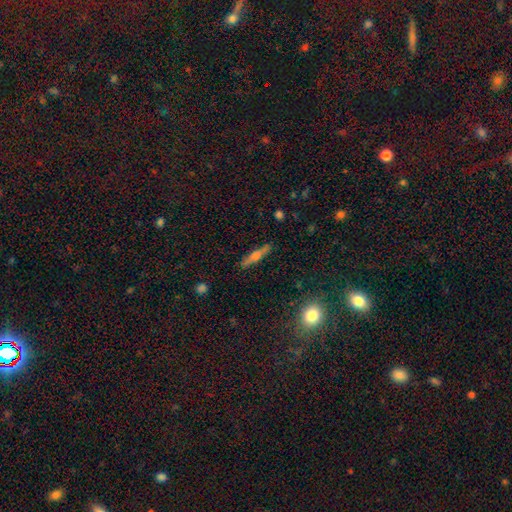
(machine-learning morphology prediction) Overall: featured or disk (51%; smooth 40%). Edge-on disk: yes (94%). Merging: none (89%).